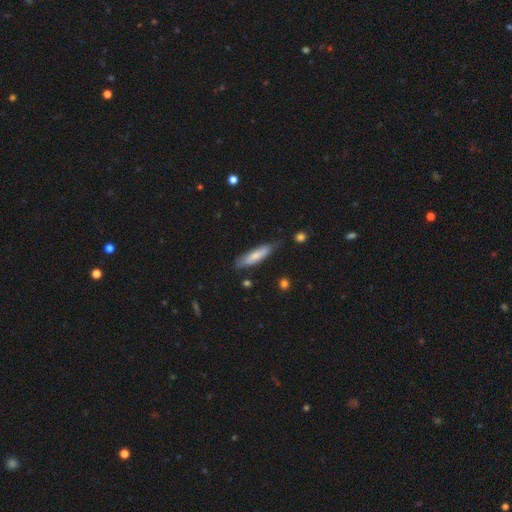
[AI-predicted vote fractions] Smooth or featured? Predicted: smooth (p=0.72). How rounded? Predicted: cigar-shaped (p=0.68). Merging? Predicted: none (p=0.72).